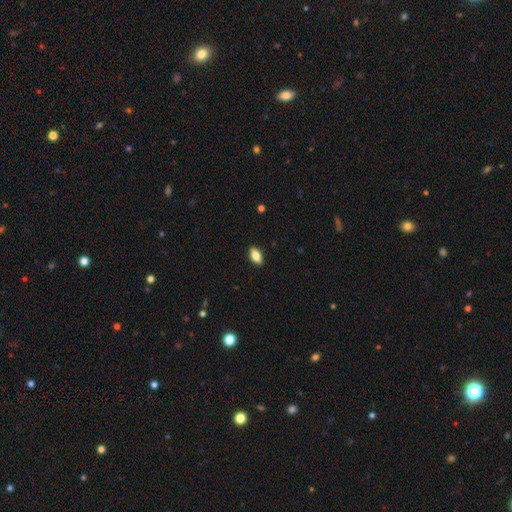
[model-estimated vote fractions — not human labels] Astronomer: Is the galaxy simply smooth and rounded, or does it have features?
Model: smooth — 80%.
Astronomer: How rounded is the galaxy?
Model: in between — 88%.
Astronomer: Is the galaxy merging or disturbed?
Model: none — 89%.